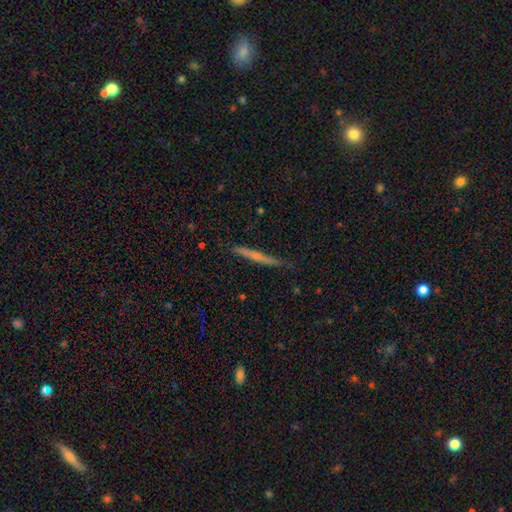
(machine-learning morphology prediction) This is possibly a featured or disk galaxy (48%). Merging: clearly none (86%).